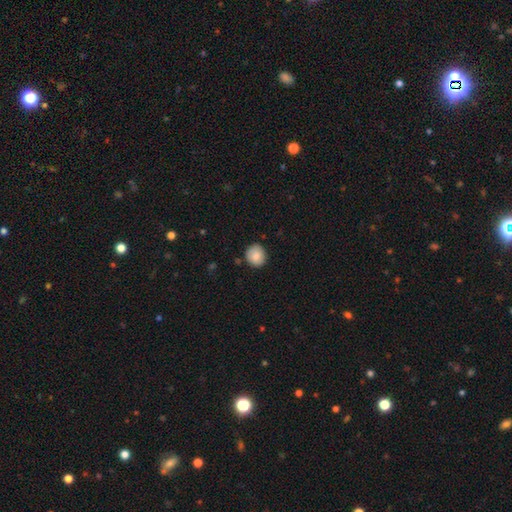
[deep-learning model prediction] This is clearly a smooth galaxy (85%). How rounded: clearly round (82%). Merging: clearly none (85%).